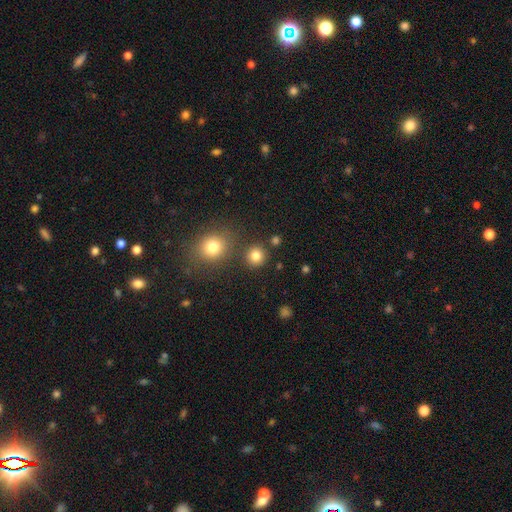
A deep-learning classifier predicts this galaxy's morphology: A smooth galaxy with no disk features (82%) that is round (91%). Merging: none (85%).